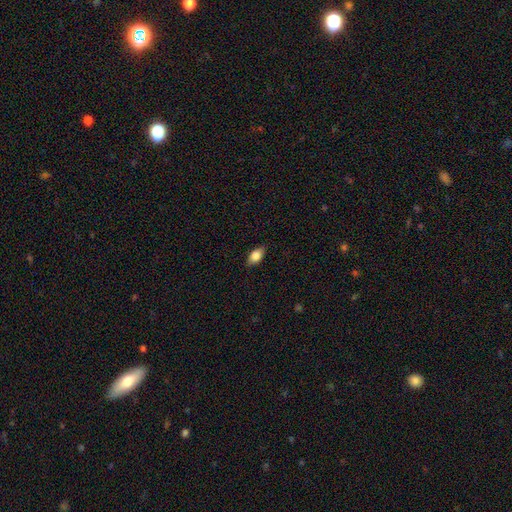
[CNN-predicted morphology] A smooth galaxy with no disk features (79%) that is in between round and cigar-shaped (88%). Merging: none (85%).